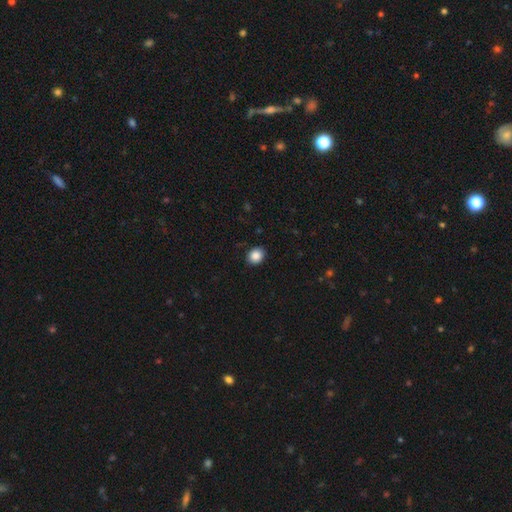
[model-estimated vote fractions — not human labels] smooth 88%, star or artifact 9%, featured or disk 3%. Down the decision tree: how rounded — round (57%); merging — none (90%).